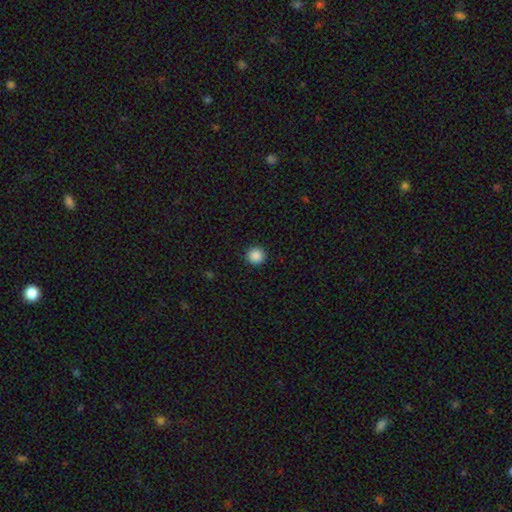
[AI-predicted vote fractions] Overall: smooth (88%). How rounded: round (96%). Merging: none (93%).